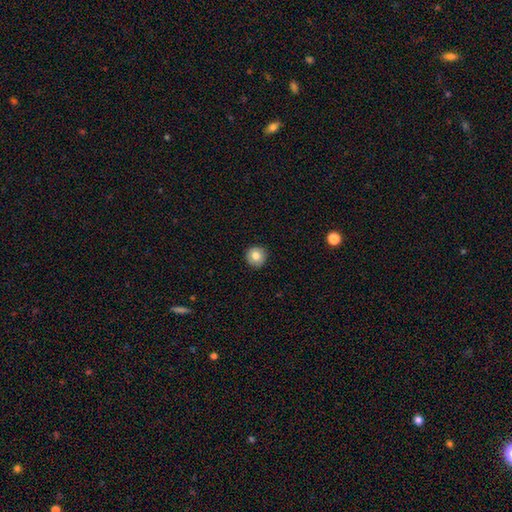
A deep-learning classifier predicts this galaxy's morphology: A smooth galaxy with no disk features (80%) that is round (95%).

Vote fractions:
- Smooth or featured? smooth: 80% / featured or disk: 11% / star or artifact: 9%
- How rounded? round: 95% / in between: 4% / cigar-shaped: 1%
- Merging? none: 91% / minor disturbance: 6% / major disturbance: 2% / merger: 1%